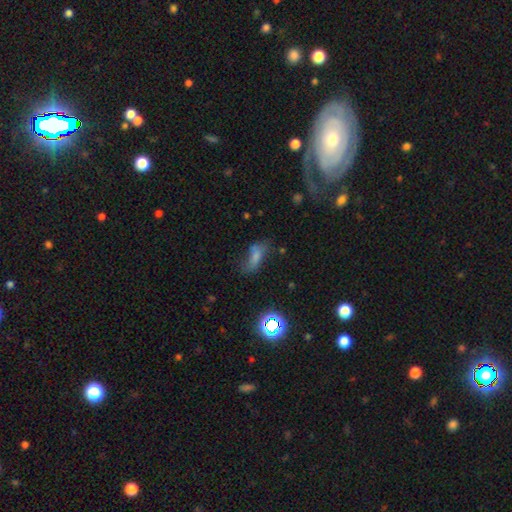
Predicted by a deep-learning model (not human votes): This is likely a smooth galaxy (62%). How rounded: likely in between (75%). Merging: marginally none (38%).